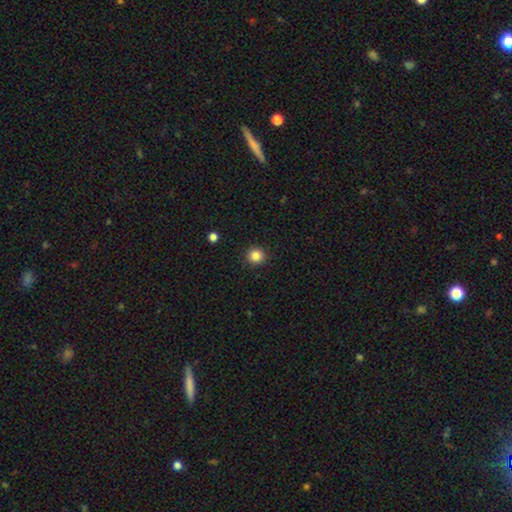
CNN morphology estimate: Q: Smooth or featured?
A: smooth (85%); runner-up: star or artifact (11%)
Q: How rounded?
A: round (94%); runner-up: in between (5%)
Q: Merging?
A: none (93%); runner-up: minor disturbance (5%)